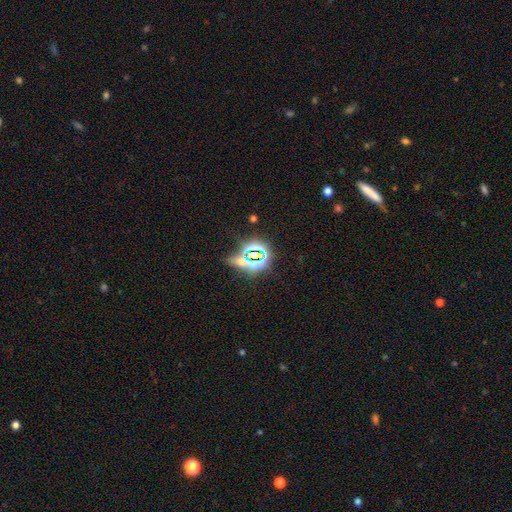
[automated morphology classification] smooth-or-featured: star or artifact: 70% | smooth: 20% | featured or disk: 10%